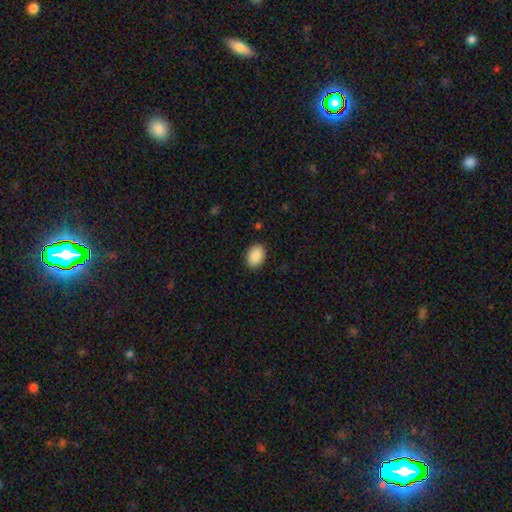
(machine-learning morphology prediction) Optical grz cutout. It shows a smooth galaxy with no disk features (89%) that is in between round and cigar-shaped (76%). Merging: none (88%).